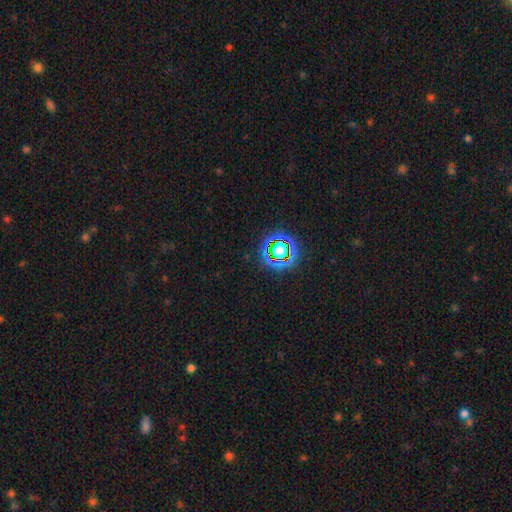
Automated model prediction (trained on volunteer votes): Smooth or featured? Predicted: star or artifact (p=0.74).